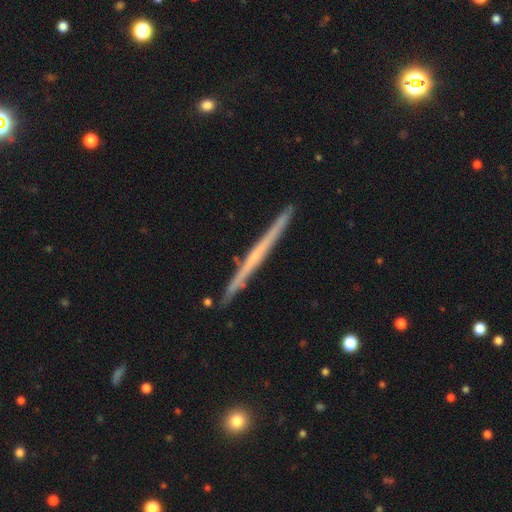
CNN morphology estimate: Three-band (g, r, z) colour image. It shows a featured or disk galaxy (68%) viewed edge-on (98%) with no central bulge (78%). Merging: none (91%).